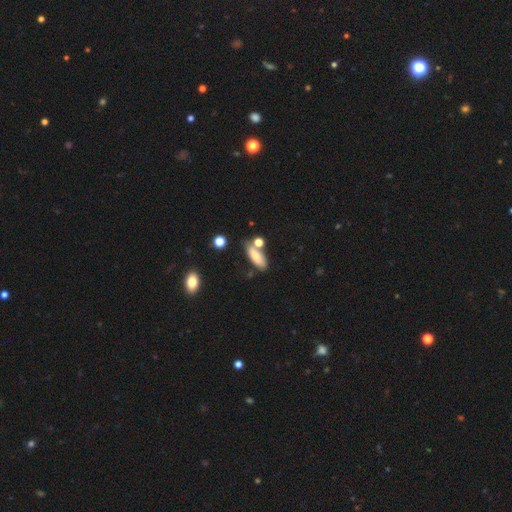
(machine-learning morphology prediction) Smooth or featured? smooth (78%)
How rounded? in between (64%)
Merging? none (57%)